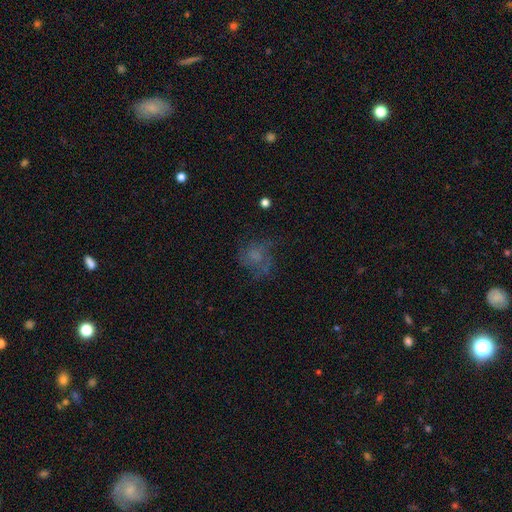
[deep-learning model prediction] Smooth or featured?
  - smooth: 50% *
  - featured or disk: 33%
  - star or artifact: 17%
How rounded?
  - round: 67% *
  - in between: 31%
  - cigar-shaped: 1%
Merging?
  - none: 51% *
  - major disturbance: 26%
  - minor disturbance: 21%
  - merger: 2%